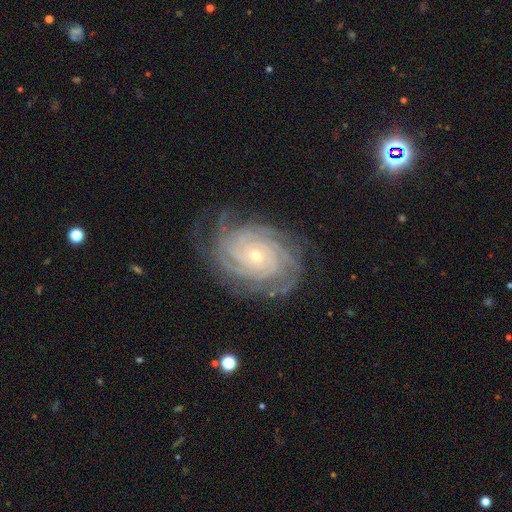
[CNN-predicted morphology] This is clearly a featured or disk galaxy (91%). It is clearly not viewed edge-on (97%). Bar: likely no (78%). Spiral arm pattern: clearly yes (98%). Spiral arm count: marginally 4 (30%). Spiral winding: clearly tight (83%). Central bulge: likely small (72%). Merging: likely none (78%).